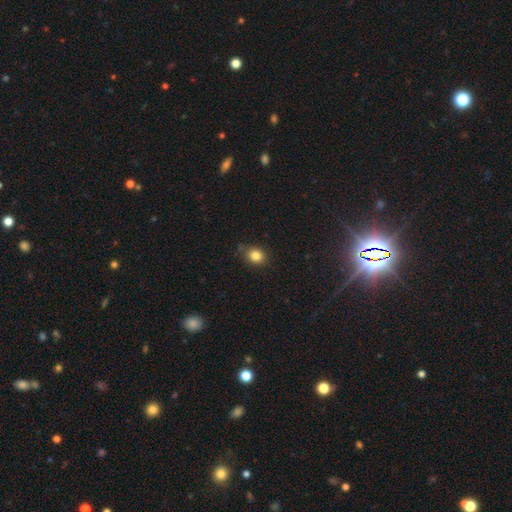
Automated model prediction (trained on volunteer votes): Overall: smooth (83%). How rounded: round (61%; in between 38%). Merging: none (77%).